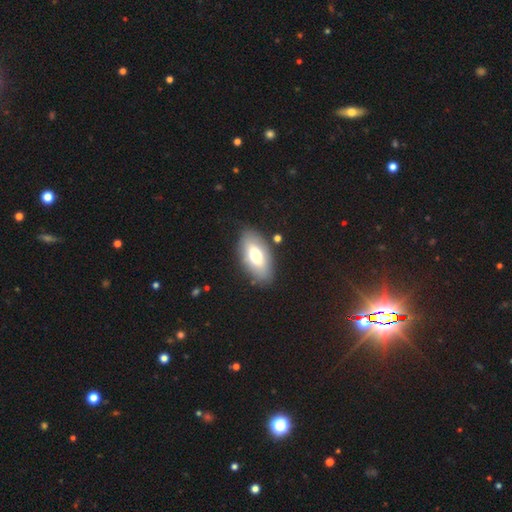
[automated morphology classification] smooth_or_featured: smooth (p=0.69) [alt: featured or disk p=0.24]
how_rounded: in between (p=0.90) [alt: cigar-shaped p=0.06]
merging: none (p=0.83) [alt: minor disturbance p=0.11]